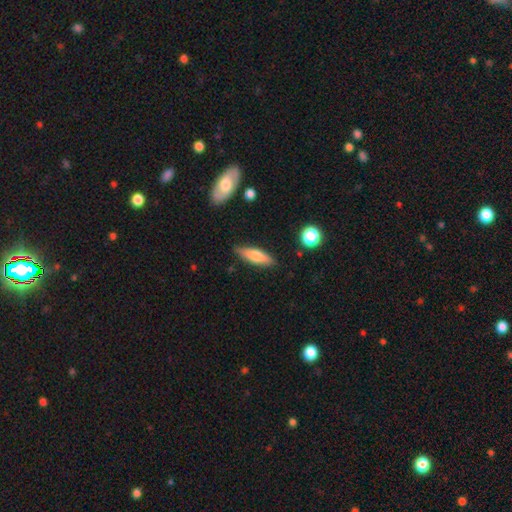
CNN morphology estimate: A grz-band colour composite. It shows a smooth galaxy with no disk features (66%) that is cigar-shaped (56%). Merging: none (84%).